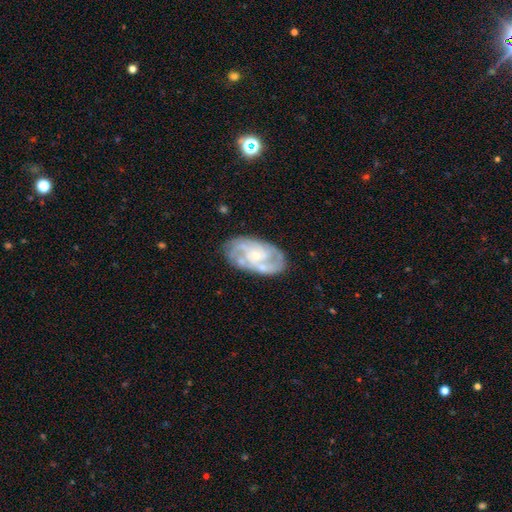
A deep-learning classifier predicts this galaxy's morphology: Smooth or featured?
  - featured or disk: 80% *
  - smooth: 14%
  - star or artifact: 6%
Edge-on disk?
  - no: 96% *
  - yes: 4%
Bar?
  - no: 65% *
  - weak: 29%
  - strong: 6%
Spiral arms?
  - yes: 91% *
  - no: 9%
Spiral winding?
  - tight: 48% *
  - medium: 40%
  - loose: 12%
Spiral arm count?
  - 2: 30% *
  - can't tell: 28%
  - 3: 23%
  - 4: 10%
  - more than 4: 4%
  - 1: 4%
Bulge size?
  - small: 71% *
  - moderate: 23%
  - none: 4%
  - large: 1%
  - dominant: 1%
Merging?
  - none: 72% *
  - minor disturbance: 18%
  - major disturbance: 6%
  - merger: 4%